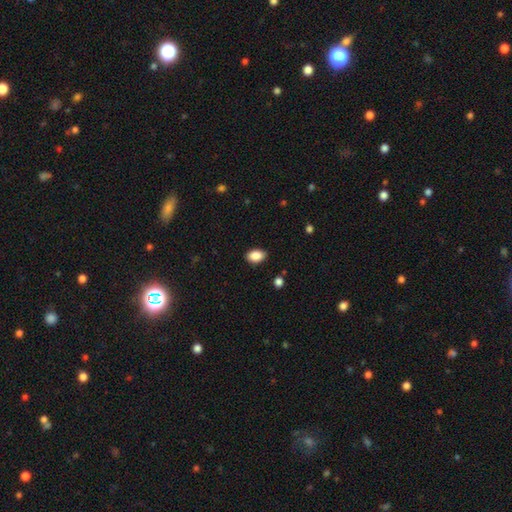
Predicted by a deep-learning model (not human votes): A smooth galaxy with no disk features (88%) that is in between round and cigar-shaped (87%). Merging: none (86%).